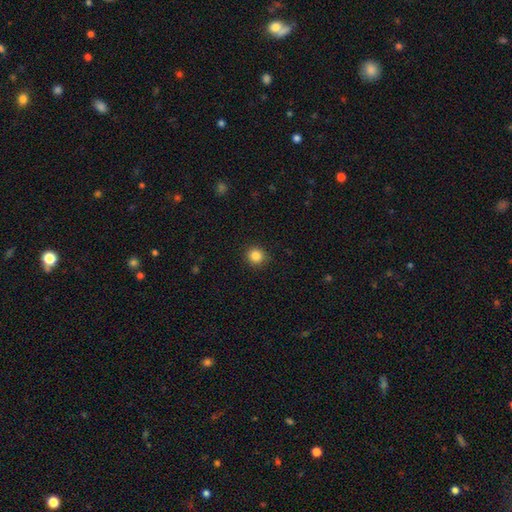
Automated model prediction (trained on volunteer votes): Smooth or featured? Predicted: smooth (p=0.85). How rounded? Predicted: round (p=0.91). Merging? Predicted: none (p=0.91).